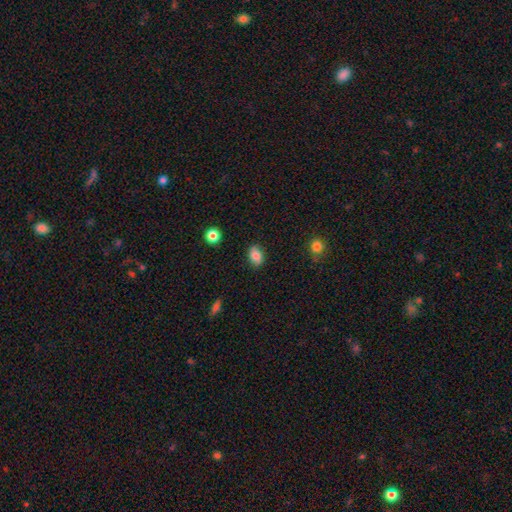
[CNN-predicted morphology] A smooth galaxy with no disk features (83%) that is in between round and cigar-shaped (83%). Merging: none (84%).